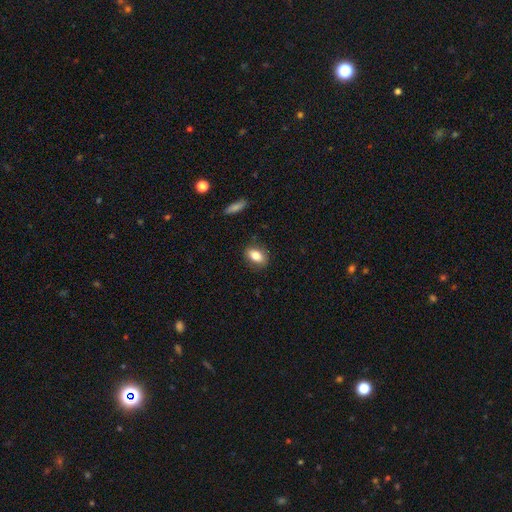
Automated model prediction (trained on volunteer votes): A smooth galaxy with no disk features (81%) that is in between round and cigar-shaped (84%). Merging: none (86%).